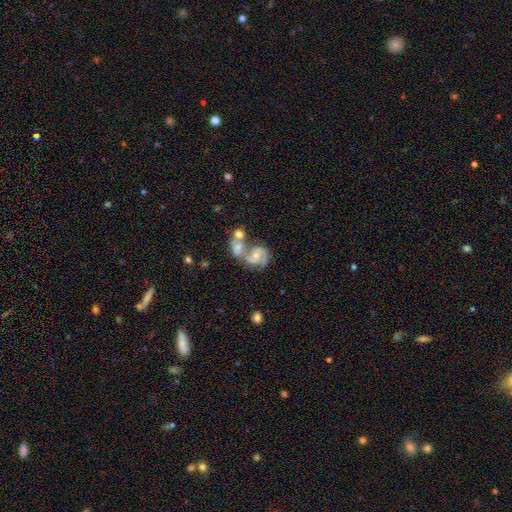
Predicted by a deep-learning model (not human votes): A featured or disk galaxy (74%) with no bar (63%), 2 (76%) medium (52%) spiral arms (87%) and a moderate central bulge (46%).

Vote fractions:
- Smooth or featured? featured or disk: 74% / smooth: 18% / star or artifact: 8%
- Edge-on disk? no: 98% / yes: 2%
- Bar? no: 63% / weak: 29% / strong: 8%
- Spiral arms? yes: 87% / no: 13%
- Spiral winding? medium: 52% / tight: 27% / loose: 21%
- Spiral arm count? 2: 76% / can't tell: 9% / 3: 6% / 1: 5% / 4: 2% / more than 4: 1%
- Bulge size? moderate: 46% / small: 44% / none: 6% / large: 3% / dominant: 1%
- Merging? merger: 54% / none: 23% / minor disturbance: 12% / major disturbance: 11%